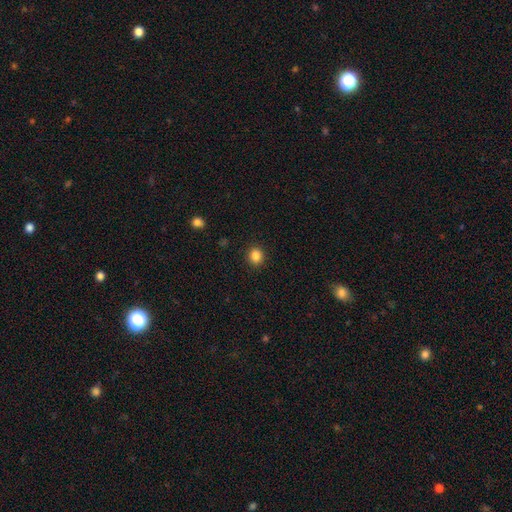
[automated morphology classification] This appears to be a smooth galaxy with no disk features (85%) that is round (88%). Merging: none (92%).